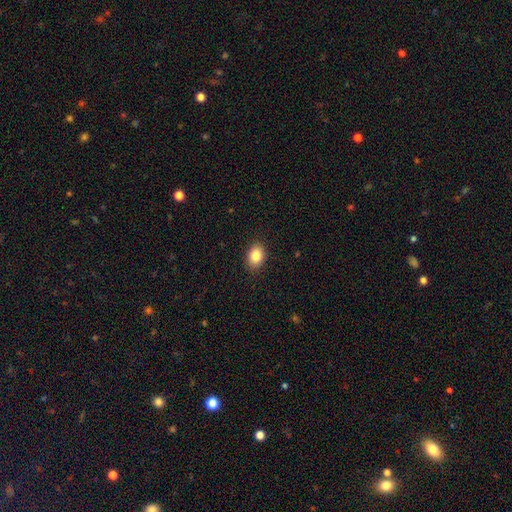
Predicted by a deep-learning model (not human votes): smooth 84%, star or artifact 9%, featured or disk 7%. Down the decision tree: how rounded — in between (72%); merging — none (90%).